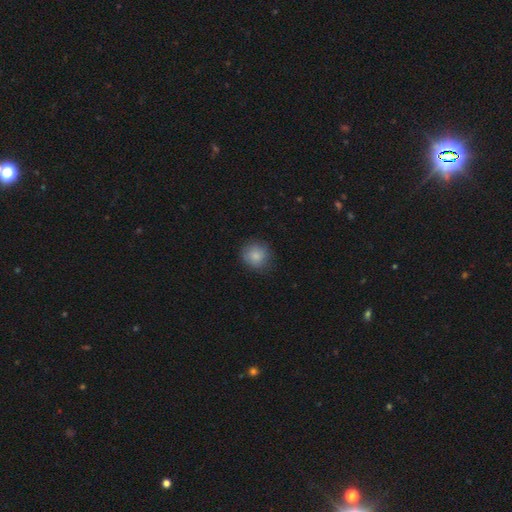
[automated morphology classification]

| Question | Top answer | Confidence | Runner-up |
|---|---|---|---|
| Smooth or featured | smooth | 84% | star or artifact (8%) |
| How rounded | round | 88% | in between (11%) |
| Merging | none | 81% | minor disturbance (14%) |